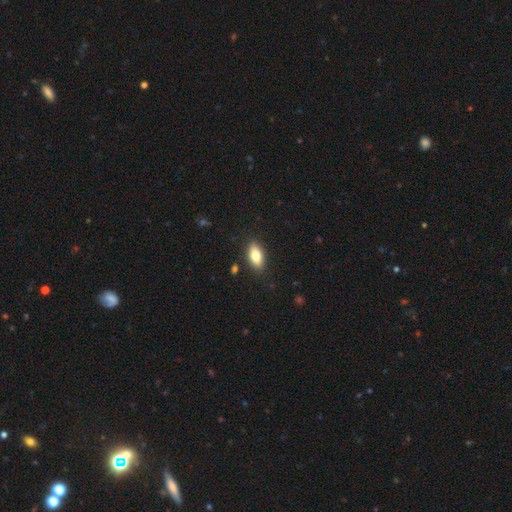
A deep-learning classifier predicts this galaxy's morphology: smooth 78%, featured or disk 15%, star or artifact 7%. Down the decision tree: how rounded — in between (86%); merging — none (86%).